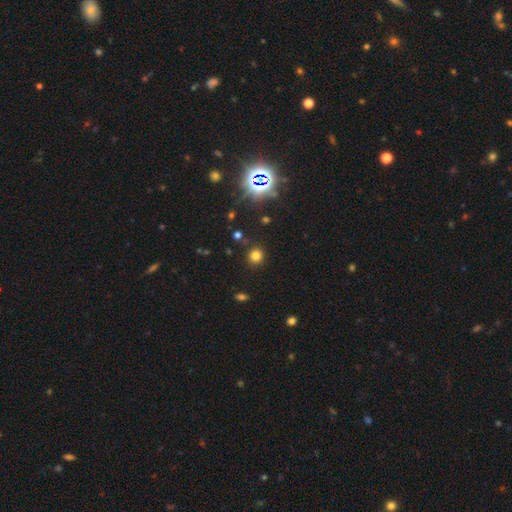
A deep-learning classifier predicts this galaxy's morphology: Smooth or featured? Predicted: smooth (p=0.74). How rounded? Predicted: round (p=0.89). Merging? Predicted: none (p=0.87).